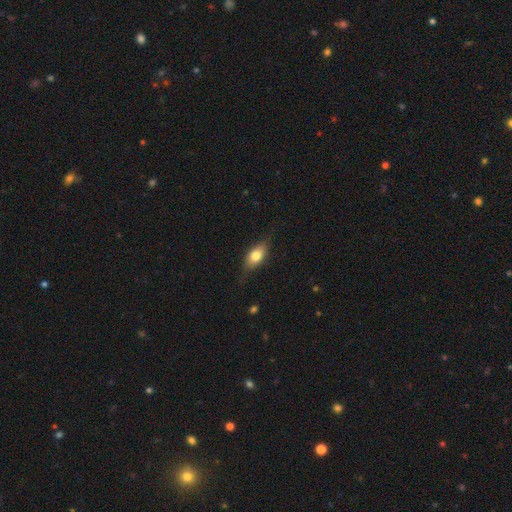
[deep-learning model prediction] A smooth galaxy with no disk features (74%) that is in between round and cigar-shaped (85%). Merging: none (72%).